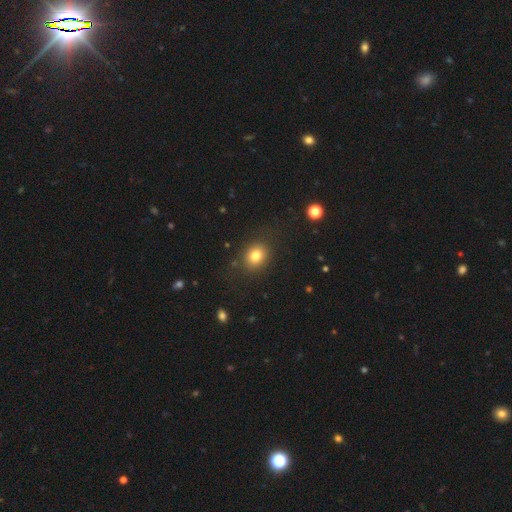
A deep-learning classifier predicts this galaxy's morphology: smooth-or-featured: smooth: 80% | star or artifact: 11% | featured or disk: 8%
  how-rounded: round: 62% | in between: 37% | cigar-shaped: 1%
  merging: none: 85% | minor disturbance: 10% | major disturbance: 4% | merger: 2%